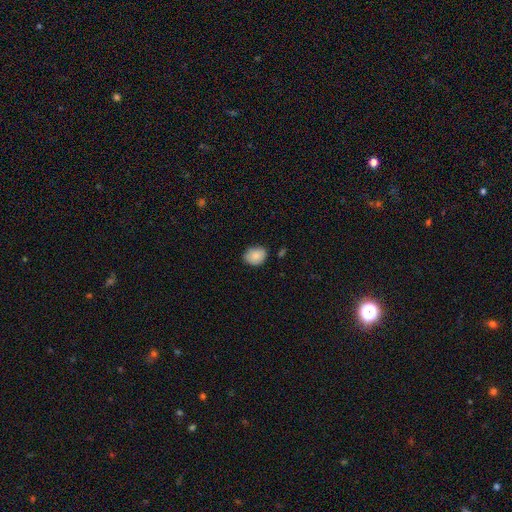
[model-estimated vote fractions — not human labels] This appears to be a smooth galaxy with no disk features (86%) that is in between round and cigar-shaped (57%). Merging: none (78%).